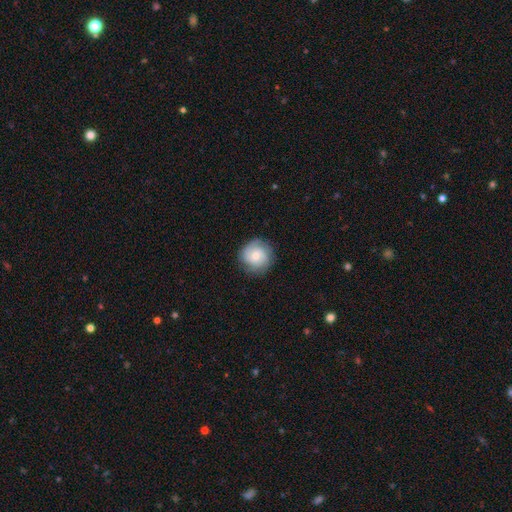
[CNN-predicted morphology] smooth-or-featured: featured or disk: 48% | smooth: 44% | star or artifact: 8%
  merging: none: 84% | minor disturbance: 12% | major disturbance: 4% | merger: 1%